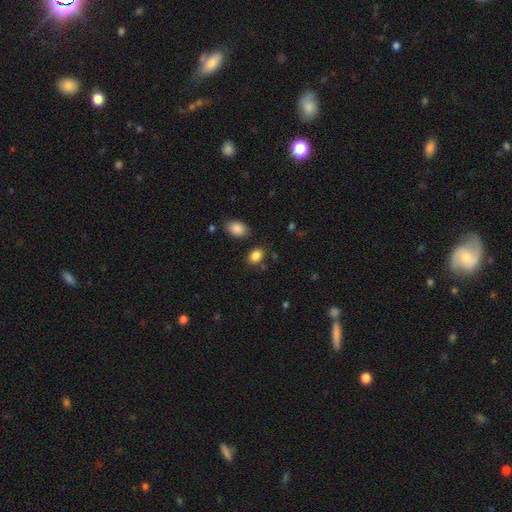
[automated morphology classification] This is clearly a smooth galaxy (85%). How rounded: likely in between (70%). Merging: clearly none (80%).